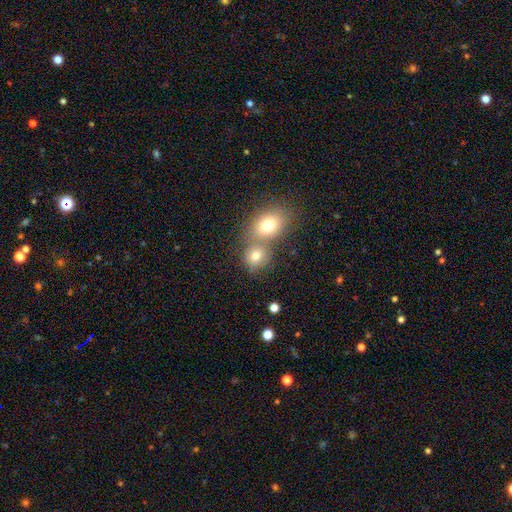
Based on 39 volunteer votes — Q: Smooth or featured?
A: smooth (82%); runner-up: star or artifact (10%)
Q: How rounded?
A: round (66%); runner-up: in between (34%)
Q: Merging?
A: merger (54%); runner-up: none (34%)